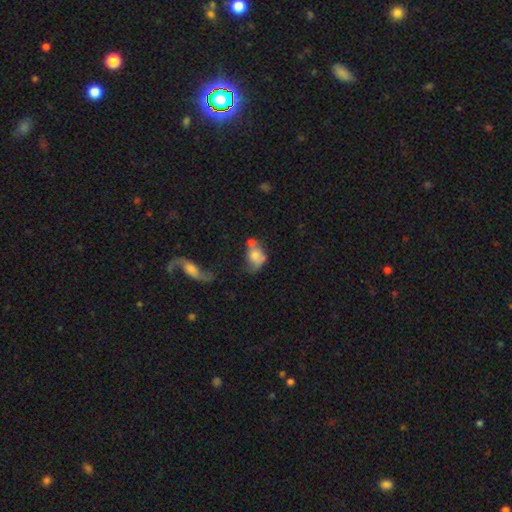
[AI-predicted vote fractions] Morphology: type=smooth (64%); roundness=in between (73%); merging=merger (30%).